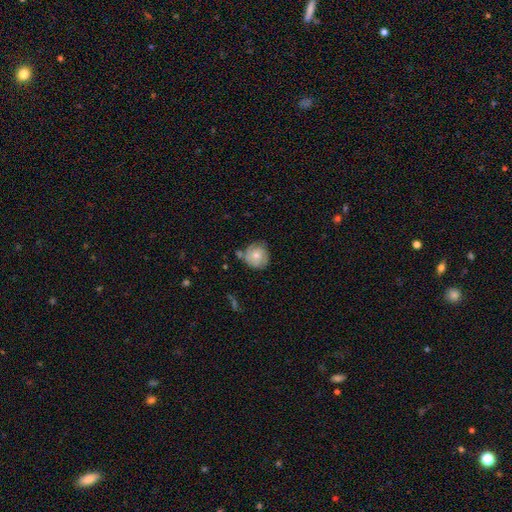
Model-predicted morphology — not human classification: Smooth or featured?
  - smooth: 50% *
  - featured or disk: 43%
  - star or artifact: 7%
Merging?
  - none: 60% *
  - minor disturbance: 26%
  - major disturbance: 7%
  - merger: 7%